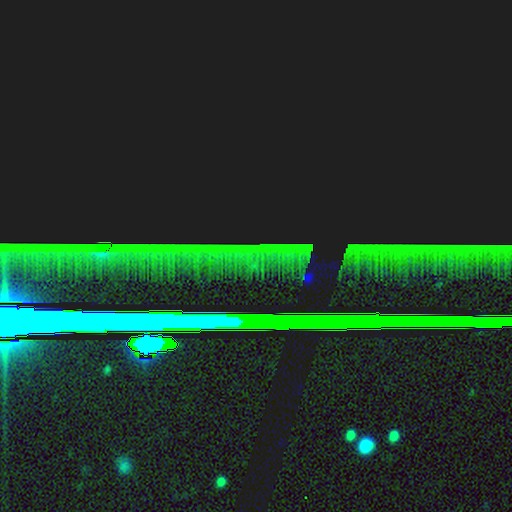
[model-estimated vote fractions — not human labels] smooth_or_featured: star or artifact (p=0.85) [alt: featured or disk p=0.08]